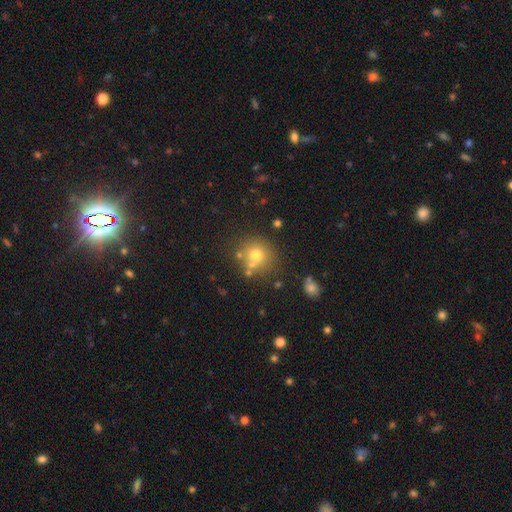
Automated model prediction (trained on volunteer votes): Q: Smooth or featured?
A: smooth (69%); runner-up: star or artifact (17%)
Q: How rounded?
A: round (90%); runner-up: in between (9%)
Q: Merging?
A: none (71%); runner-up: merger (14%)